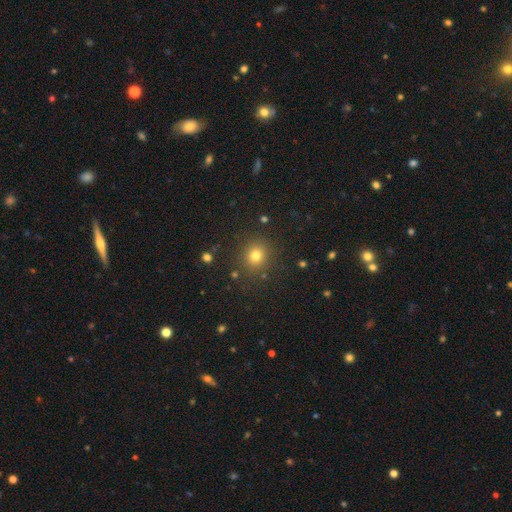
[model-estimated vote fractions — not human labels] Smooth or featured? Predicted: smooth (p=0.77). How rounded? Predicted: round (p=0.88). Merging? Predicted: none (p=0.88).